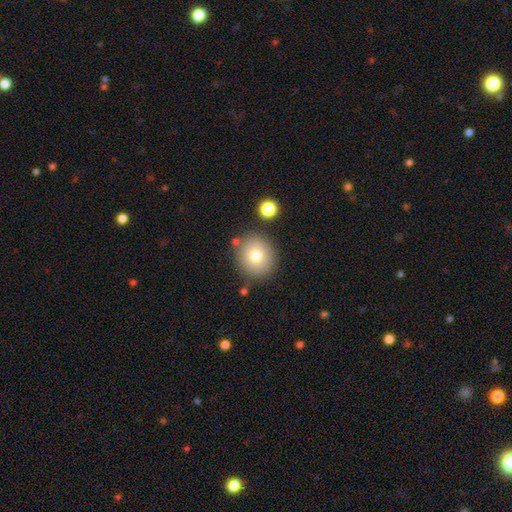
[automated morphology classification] Smooth or featured: smooth — 76% (featured or disk — 13%)
How rounded: round — 87% (in between — 12%)
Merging: none — 82% (minor disturbance — 10%)